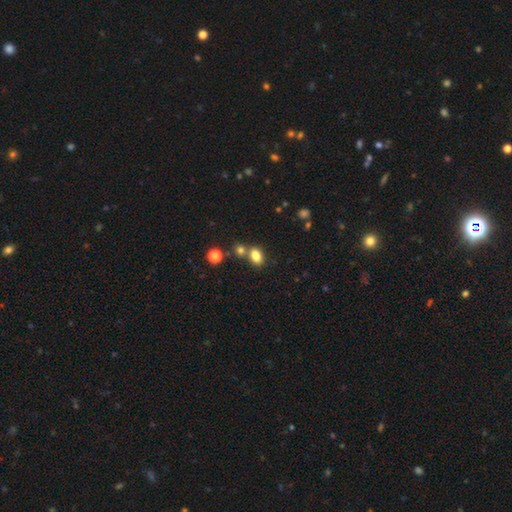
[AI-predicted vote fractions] Overall: smooth (82%). How rounded: in between (82%). Merging: none (57%; merger 29%).